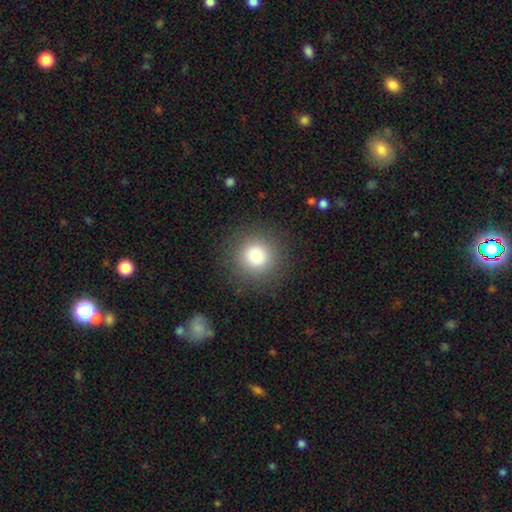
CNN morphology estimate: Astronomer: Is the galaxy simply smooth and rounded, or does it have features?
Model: smooth — 83%.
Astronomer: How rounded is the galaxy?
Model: round — 94%.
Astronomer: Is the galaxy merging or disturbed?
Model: none — 89%.